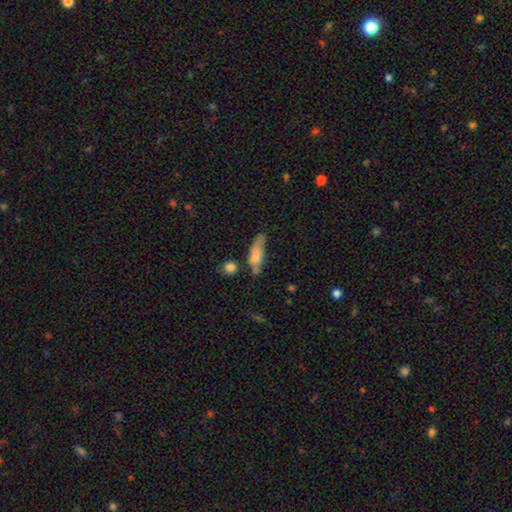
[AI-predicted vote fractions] Smooth or featured? Predicted: smooth (p=0.71). How rounded? Predicted: cigar-shaped (p=0.49). Merging? Predicted: none (p=0.45).